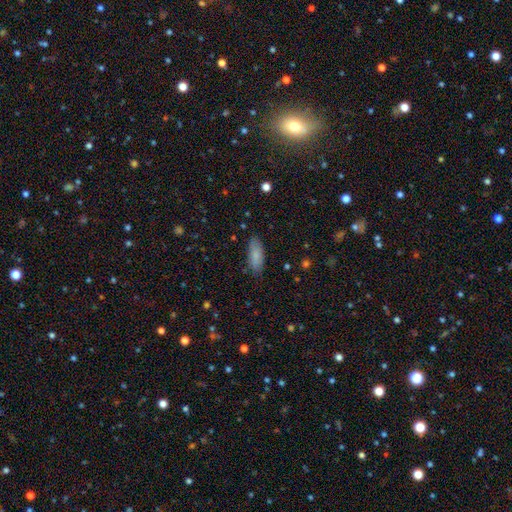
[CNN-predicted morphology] The model was most divided on "how rounded": in between: 75%, cigar-shaped: 23%, round: 2%. More confident: merging — none (85%); smooth or featured — smooth (84%).